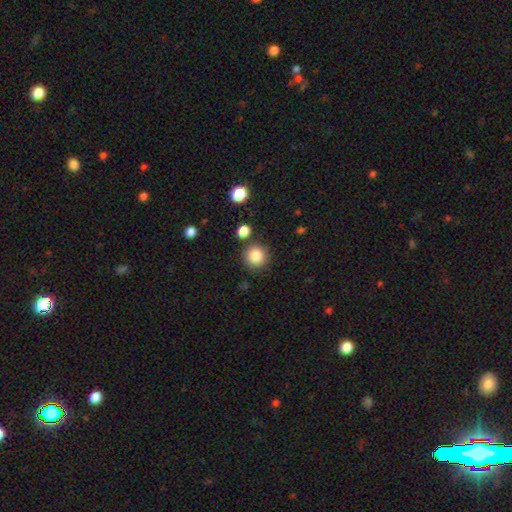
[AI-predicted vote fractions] This appears to be a smooth galaxy with no disk features (85%) that is round (93%). Merging: none (85%).